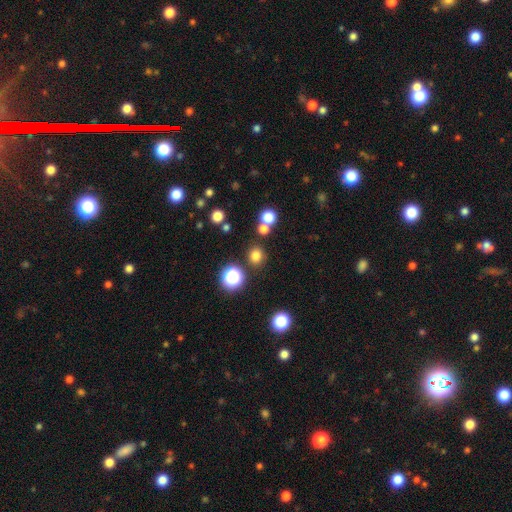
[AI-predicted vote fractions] This appears to be a smooth galaxy with no disk features (75%) that is round (83%). Merging: none (81%).